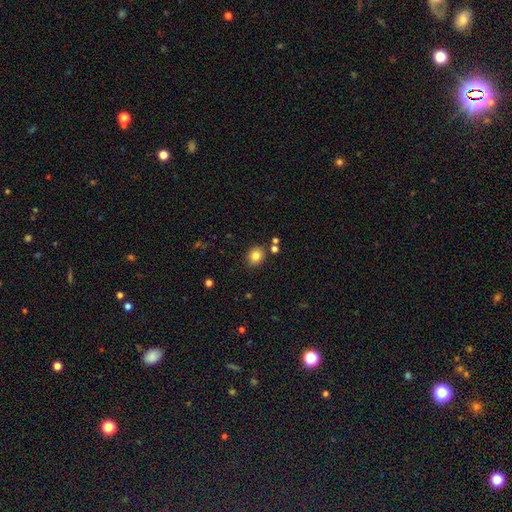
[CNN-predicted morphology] A smooth galaxy with no disk features (82%) that is round (66%). Merging: none (83%).